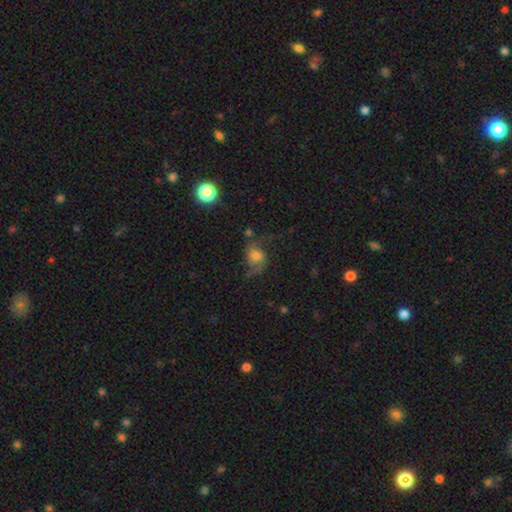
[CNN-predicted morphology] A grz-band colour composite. It shows a featured or disk galaxy (62%) with no bar (68%), 2 (86%) loose (68%) spiral arms (91%) and a moderate central bulge (47%). Merging: none (52%).